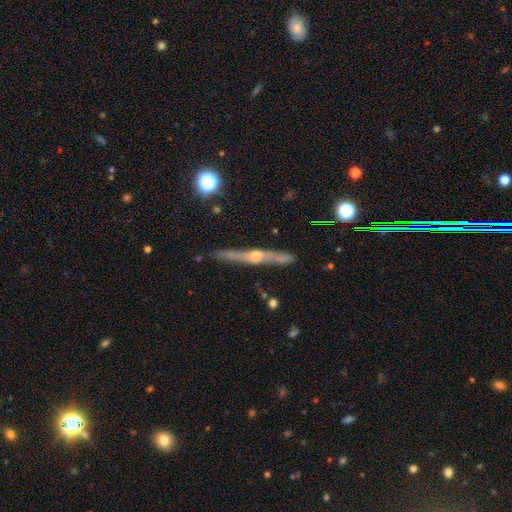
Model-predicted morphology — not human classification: A featured or disk galaxy (78%) viewed edge-on (97%) with a rounded central bulge (88%). Merging: none (86%).